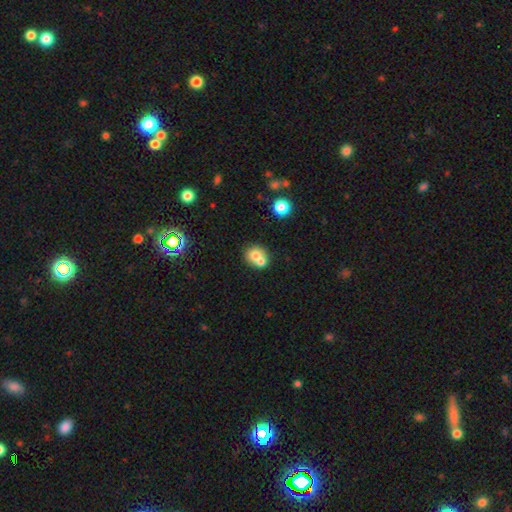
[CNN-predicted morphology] Smooth or featured? Predicted: smooth (p=0.69). How rounded? Predicted: round (p=0.77). Merging? Predicted: merger (p=0.55).